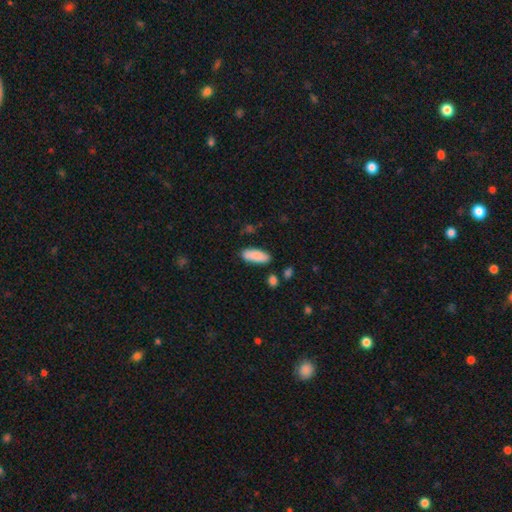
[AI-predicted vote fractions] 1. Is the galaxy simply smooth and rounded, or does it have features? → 88% smooth, 6% featured or disk, 6% star or artifact.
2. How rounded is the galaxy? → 76% in between, 22% cigar-shaped, 2% round.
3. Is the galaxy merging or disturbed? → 82% none, 12% minor disturbance, 4% merger, 3% major disturbance.